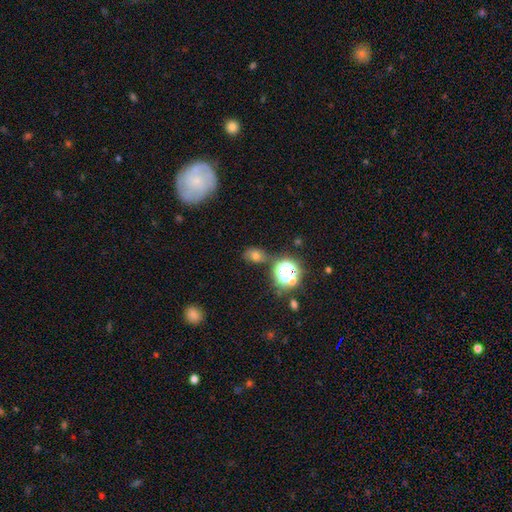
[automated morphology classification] smooth_or_featured: smooth (p=0.61) [alt: star or artifact p=0.27]
how_rounded: in between (p=0.61) [alt: round p=0.37]
merging: none (p=0.68) [alt: minor disturbance p=0.19]